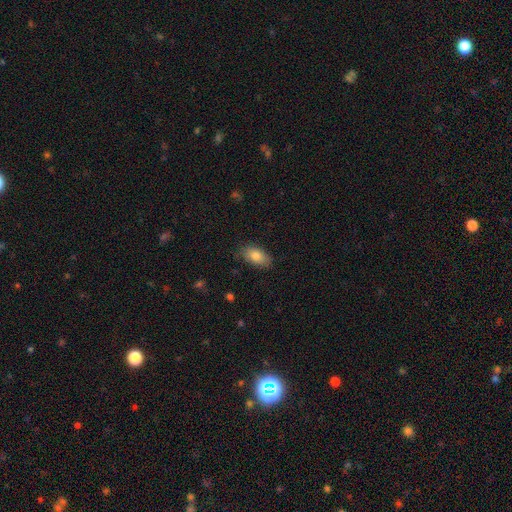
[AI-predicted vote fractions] A smooth galaxy with no disk features (81%) that is in between round and cigar-shaped (91%).

Vote fractions:
- Smooth or featured? smooth: 81% / featured or disk: 11% / star or artifact: 7%
- How rounded? in between: 91% / round: 5% / cigar-shaped: 4%
- Merging? none: 81% / minor disturbance: 15% / major disturbance: 3% / merger: 1%